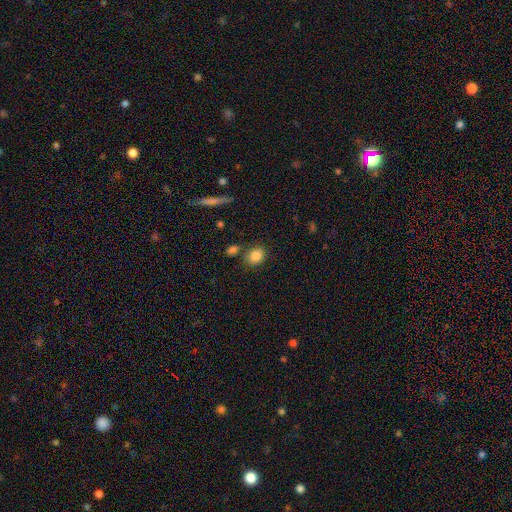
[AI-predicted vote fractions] Smooth or featured: smooth — 85% (star or artifact — 9%)
How rounded: round — 53% (in between — 45%)
Merging: none — 74% (minor disturbance — 12%)